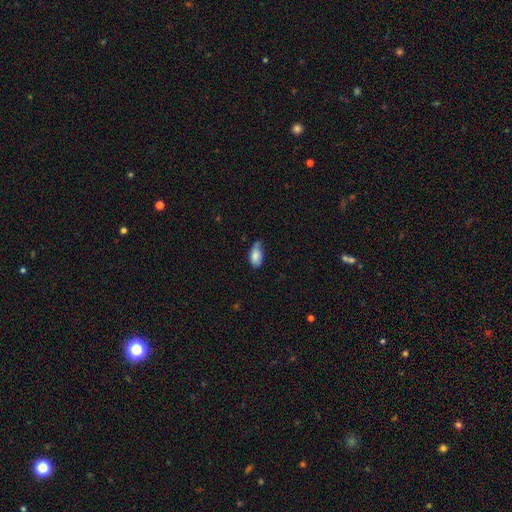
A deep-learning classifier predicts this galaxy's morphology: Q: Smooth or featured?
A: smooth (83%); runner-up: featured or disk (10%)
Q: How rounded?
A: in between (92%); runner-up: round (4%)
Q: Merging?
A: none (44%); runner-up: minor disturbance (42%)